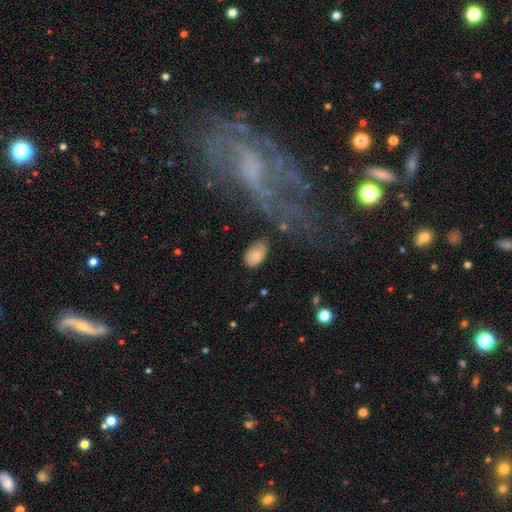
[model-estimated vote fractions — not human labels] A smooth galaxy with no disk features (74%) that is in between round and cigar-shaped (90%). Merging: none (64%).